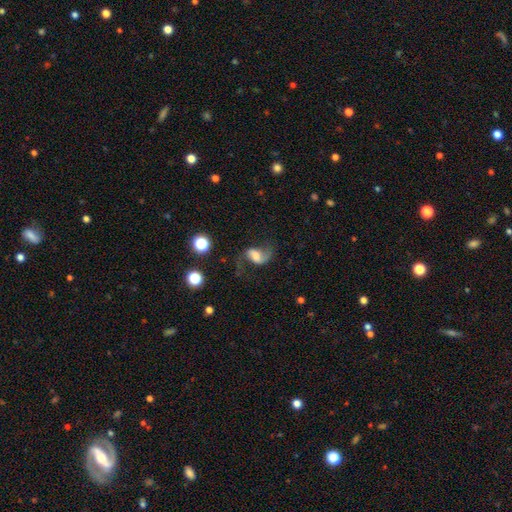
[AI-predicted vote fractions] featured or disk 74%, smooth 17%, star or artifact 9%. Down the decision tree: edge-on disk — no (97%); bar — weak (47%); spiral arms — yes (94%); spiral arm count — 2 (87%); spiral winding — loose (72%); bulge size — moderate (43%); merging — none (63%).